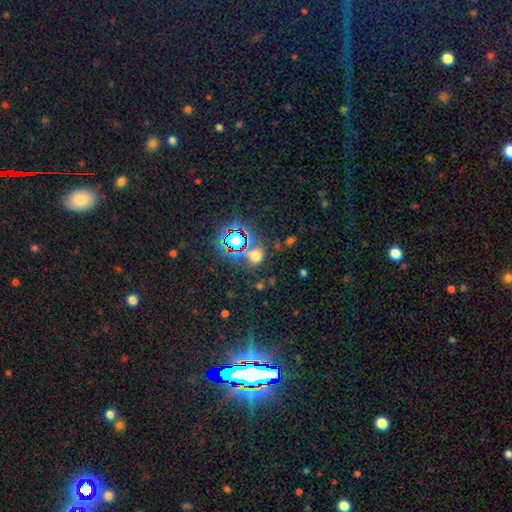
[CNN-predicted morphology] type=smooth (51%); roundness=round (57%); merging=none (70%).